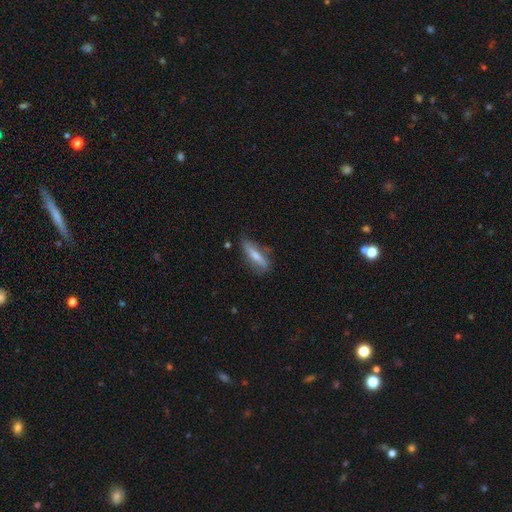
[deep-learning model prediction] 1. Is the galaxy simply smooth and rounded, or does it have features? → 48% smooth, 46% featured or disk, 7% star or artifact.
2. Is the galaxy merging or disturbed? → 64% none, 26% minor disturbance, 7% major disturbance, 3% merger.